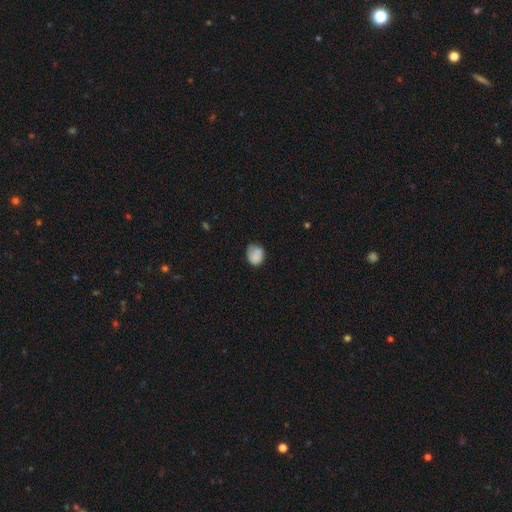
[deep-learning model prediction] A smooth galaxy with no disk features (81%) that is round (66%). Merging: none (55%).